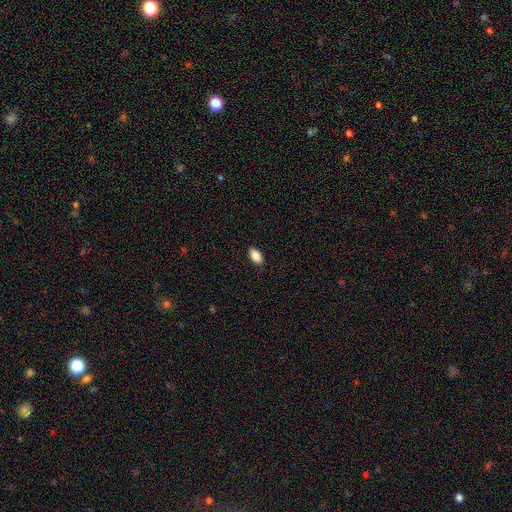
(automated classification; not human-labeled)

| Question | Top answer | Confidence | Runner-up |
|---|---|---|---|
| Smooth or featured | smooth | 87% | star or artifact (8%) |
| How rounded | in between | 92% | round (5%) |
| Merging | none | 87% | minor disturbance (10%) |